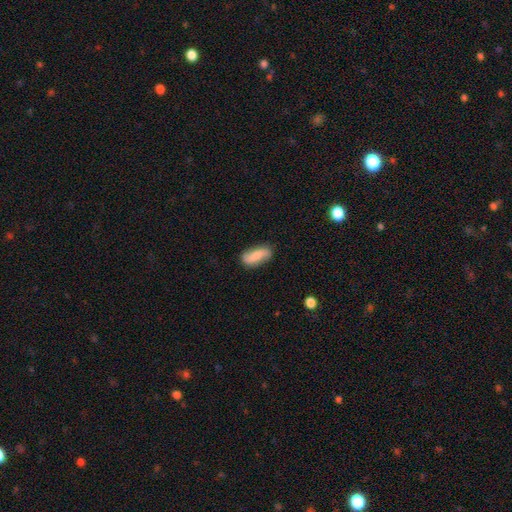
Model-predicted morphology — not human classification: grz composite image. It shows a smooth galaxy with no disk features (58%) that is in between round and cigar-shaped (79%). Merging: none (79%).